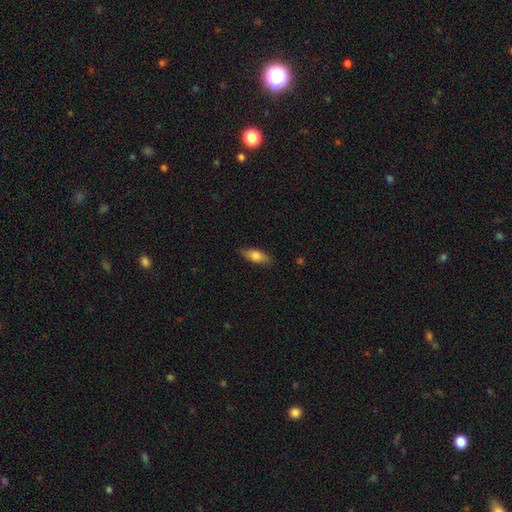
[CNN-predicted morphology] A smooth galaxy with no disk features (75%) that is in between round and cigar-shaped (76%). Merging: none (84%).